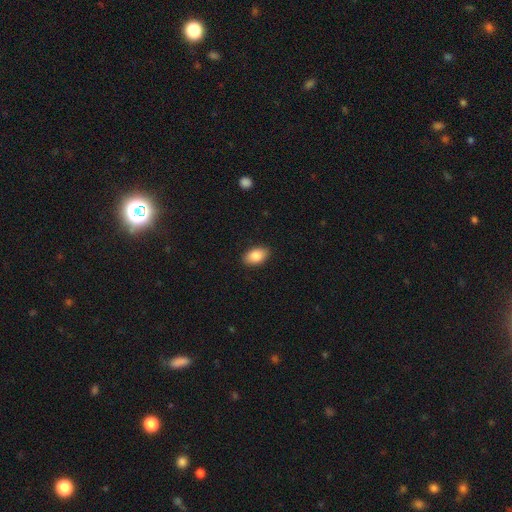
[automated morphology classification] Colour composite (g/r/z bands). It shows a smooth galaxy with no disk features (86%) that is in between round and cigar-shaped (91%). Merging: none (89%).